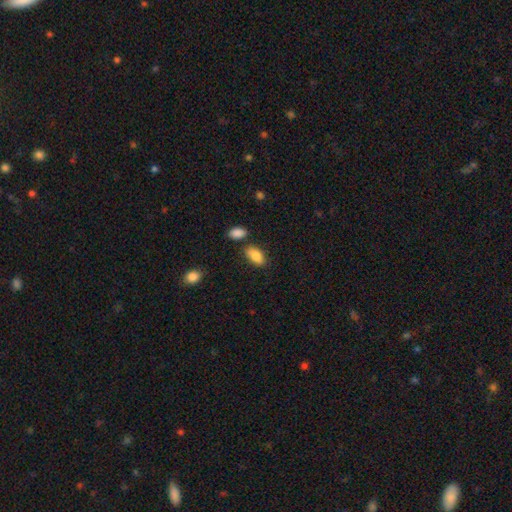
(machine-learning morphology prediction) smooth-or-featured: smooth: 87% | star or artifact: 7% | featured or disk: 6%
  how-rounded: in between: 92% | round: 4% | cigar-shaped: 4%
  merging: none: 74% | minor disturbance: 14% | merger: 9% | major disturbance: 3%